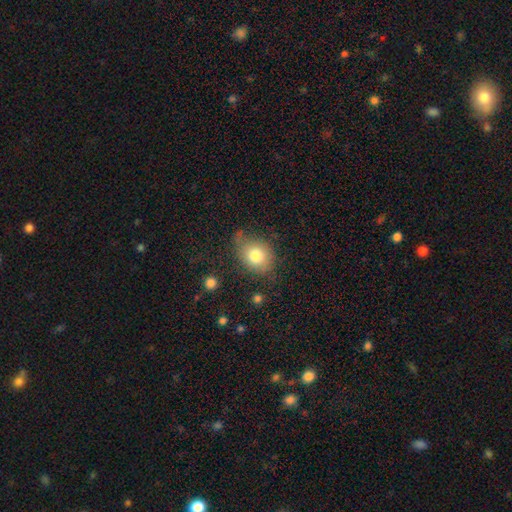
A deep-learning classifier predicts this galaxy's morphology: smooth 78%, featured or disk 12%, star or artifact 10%. Down the decision tree: how rounded — round (52%); merging — none (64%).